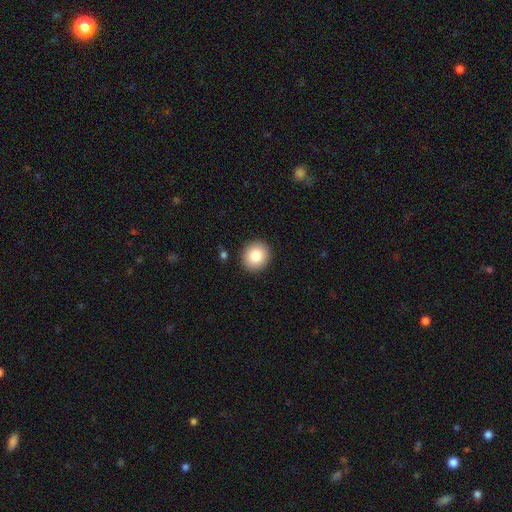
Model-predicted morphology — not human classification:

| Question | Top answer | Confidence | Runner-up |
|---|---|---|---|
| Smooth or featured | smooth | 83% | star or artifact (9%) |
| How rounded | round | 83% | in between (16%) |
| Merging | none | 91% | minor disturbance (6%) |